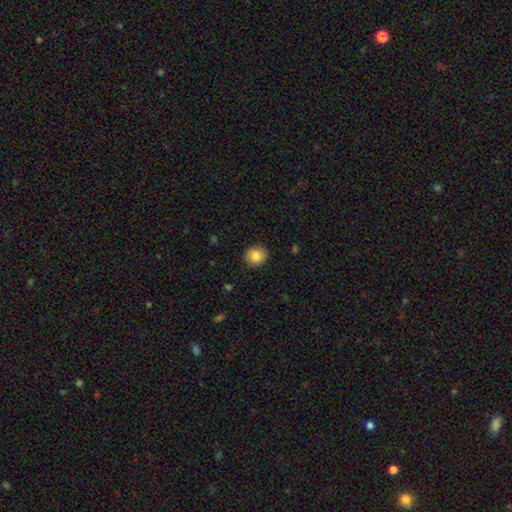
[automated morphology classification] smooth-or-featured: smooth: 86% | star or artifact: 9% | featured or disk: 6%
  how-rounded: round: 87% | in between: 12% | cigar-shaped: 1%
  merging: none: 91% | minor disturbance: 7% | major disturbance: 2% | merger: 1%